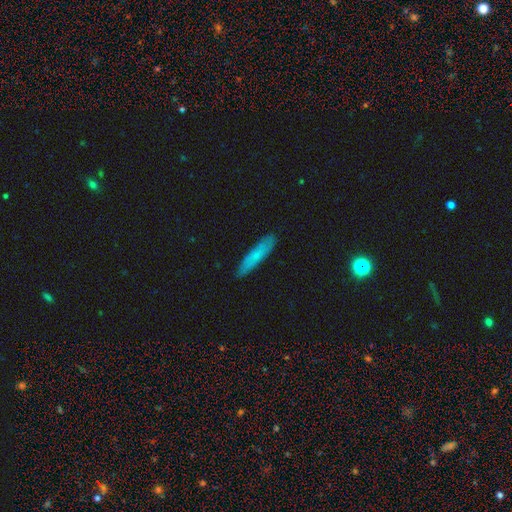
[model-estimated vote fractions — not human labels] The model was most divided on "smooth or featured": smooth: 66%, featured or disk: 26%, star or artifact: 7%. More confident: merging — none (86%); how rounded — cigar-shaped (82%).